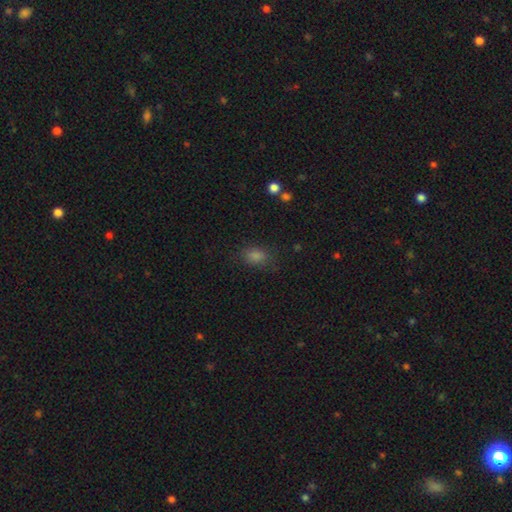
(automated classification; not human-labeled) smooth_or_featured: smooth (p=0.75) [alt: star or artifact p=0.18]
how_rounded: in between (p=0.72) [alt: round p=0.26]
merging: none (p=0.78) [alt: minor disturbance p=0.15]